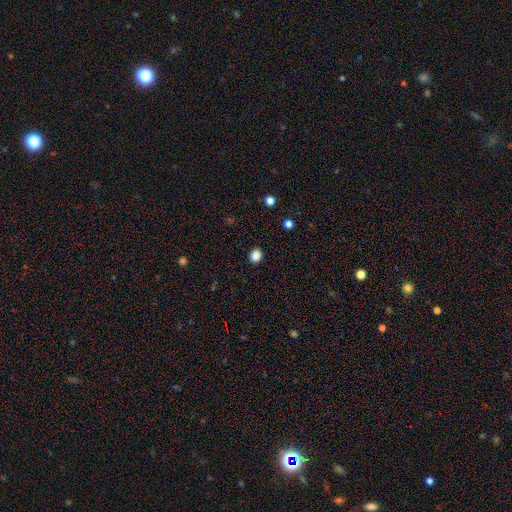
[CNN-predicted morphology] Smooth or featured?
  - smooth: 86% *
  - star or artifact: 12%
  - featured or disk: 3%
How rounded?
  - round: 72% *
  - in between: 27%
  - cigar-shaped: 1%
Merging?
  - none: 91% *
  - minor disturbance: 6%
  - major disturbance: 2%
  - merger: 1%